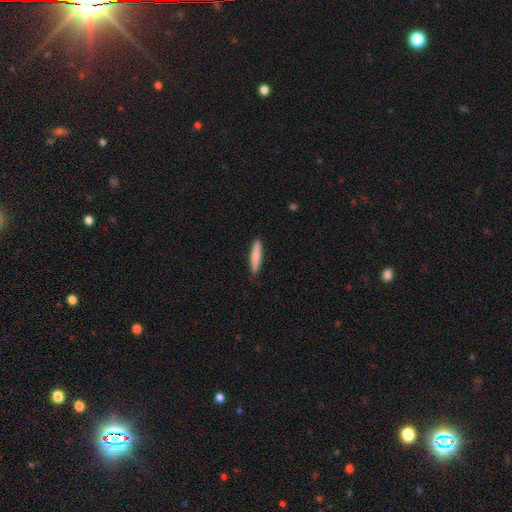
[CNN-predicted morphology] smooth-or-featured: smooth: 80% | featured or disk: 15% | star or artifact: 5%
  how-rounded: cigar-shaped: 88% | in between: 11% | round: 1%
  merging: none: 86% | minor disturbance: 11% | major disturbance: 2% | merger: 1%